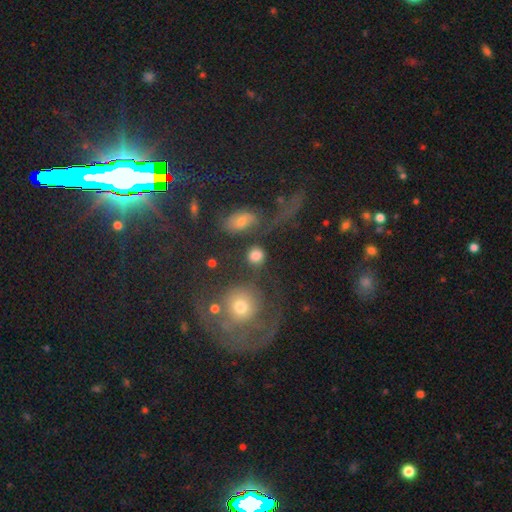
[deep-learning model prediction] This appears to be a smooth galaxy with no disk features (77%) that is round (82%). Merging: none (60%).